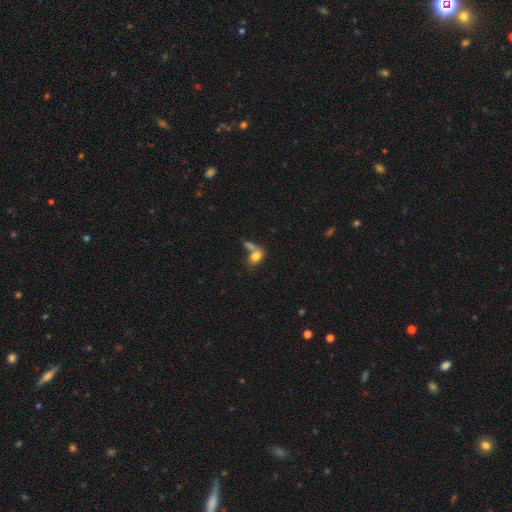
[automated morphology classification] A smooth galaxy with no disk features (77%) that is in between round and cigar-shaped (74%).

Vote fractions:
- Smooth or featured? smooth: 77% / featured or disk: 14% / star or artifact: 10%
- How rounded? in between: 74% / round: 22% / cigar-shaped: 4%
- Merging? merger: 44% / none: 34% / minor disturbance: 12% / major disturbance: 10%